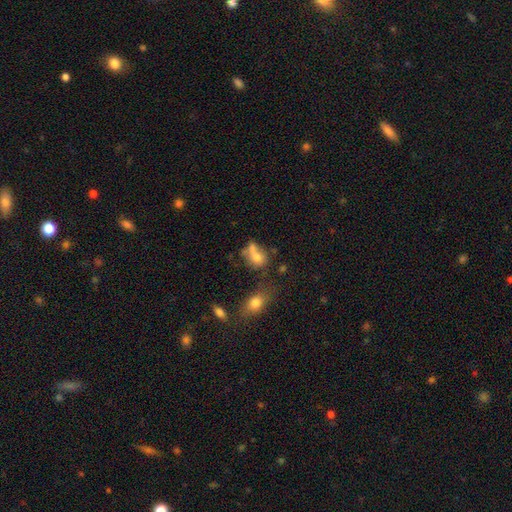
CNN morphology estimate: Q: Smooth or featured?
A: smooth (69%); runner-up: featured or disk (18%)
Q: How rounded?
A: in between (62%); runner-up: round (35%)
Q: Merging?
A: merger (40%); runner-up: none (32%)